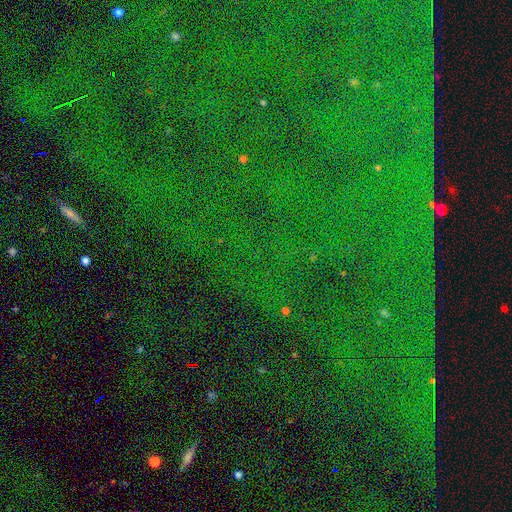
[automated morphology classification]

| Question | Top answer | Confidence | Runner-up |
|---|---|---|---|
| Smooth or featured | star or artifact | 86% | featured or disk (7%) |